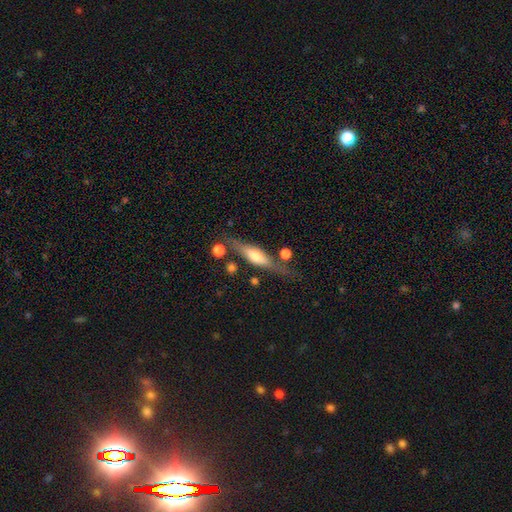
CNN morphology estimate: Smooth or featured? Predicted: featured or disk (p=0.58). Edge-on disk? Predicted: yes (p=0.89). Edge-on bulge? Predicted: rounded (p=0.85). Merging? Predicted: none (p=0.70).